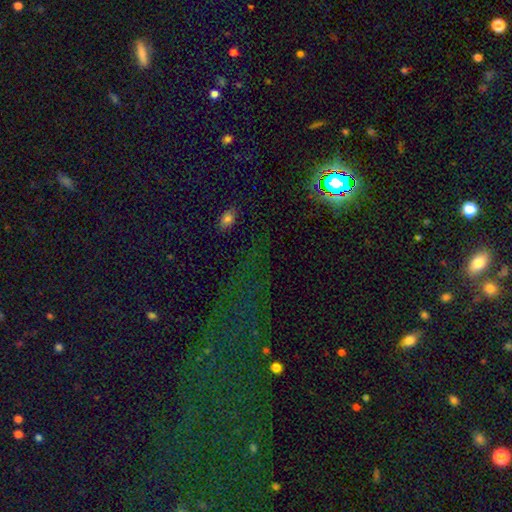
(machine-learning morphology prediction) Q: Smooth or featured?
A: star or artifact (77%); runner-up: smooth (14%)